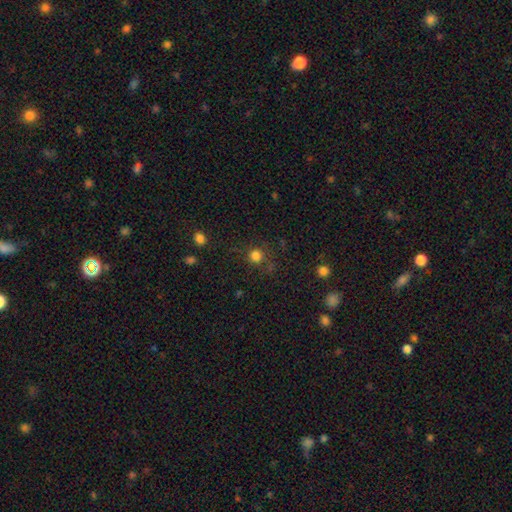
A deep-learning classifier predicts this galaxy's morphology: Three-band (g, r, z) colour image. It shows a smooth galaxy with no disk features (78%) that is round (93%). Merging: none (80%).